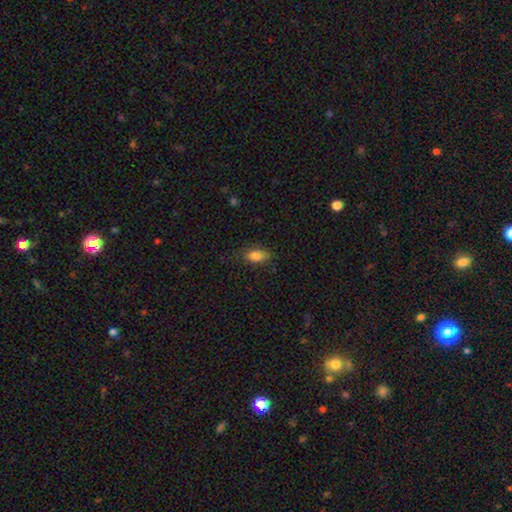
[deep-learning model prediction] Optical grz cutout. It shows a smooth galaxy with no disk features (84%) that is in between round and cigar-shaped (90%). Merging: none (77%).